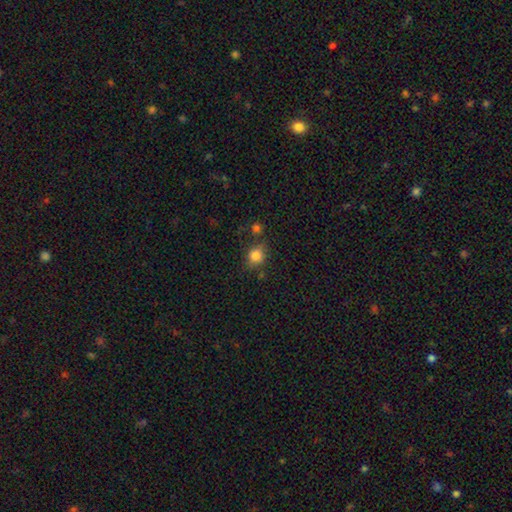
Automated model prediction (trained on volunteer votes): smooth-or-featured: smooth: 81% | star or artifact: 12% | featured or disk: 7%
  how-rounded: round: 68% | in between: 30% | cigar-shaped: 1%
  merging: none: 68% | minor disturbance: 18% | merger: 8% | major disturbance: 6%